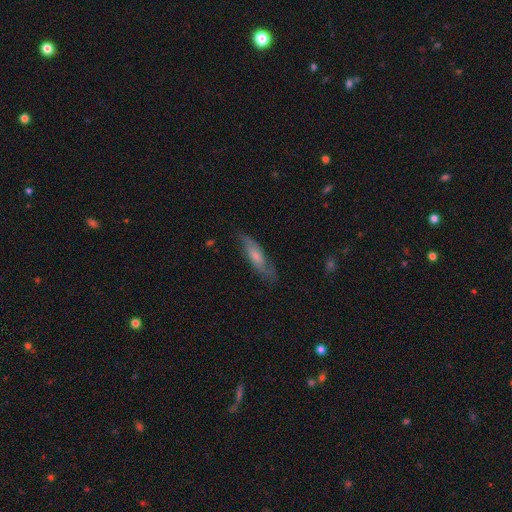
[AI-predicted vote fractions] Morphology: type=featured or disk (60%); edge-on=no (75%); merging=none (73%).